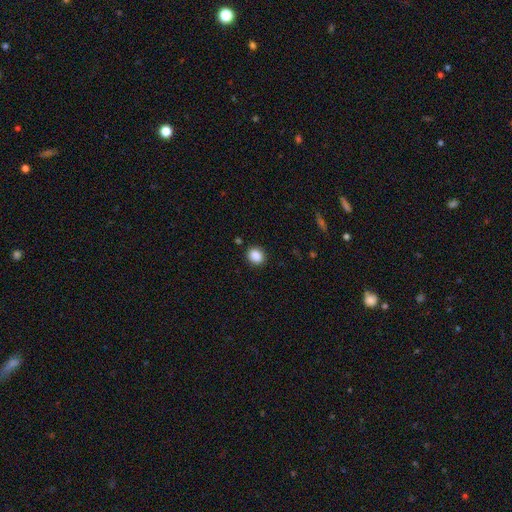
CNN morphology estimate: type=smooth (88%); roundness=round (65%); merging=none (89%).